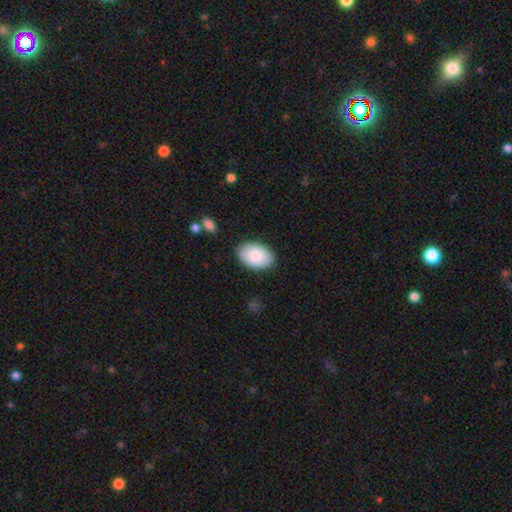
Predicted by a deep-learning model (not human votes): Overall: smooth (82%). How rounded: in between (90%). Merging: none (84%).